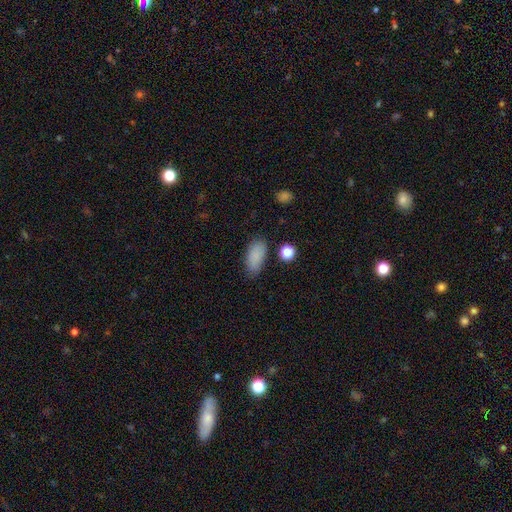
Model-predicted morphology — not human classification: A smooth galaxy with no disk features (86%) that is in between round and cigar-shaped (88%).

Vote fractions:
- Smooth or featured? smooth: 86% / star or artifact: 9% / featured or disk: 5%
- How rounded? in between: 88% / cigar-shaped: 8% / round: 4%
- Merging? none: 78% / minor disturbance: 16% / major disturbance: 4% / merger: 3%